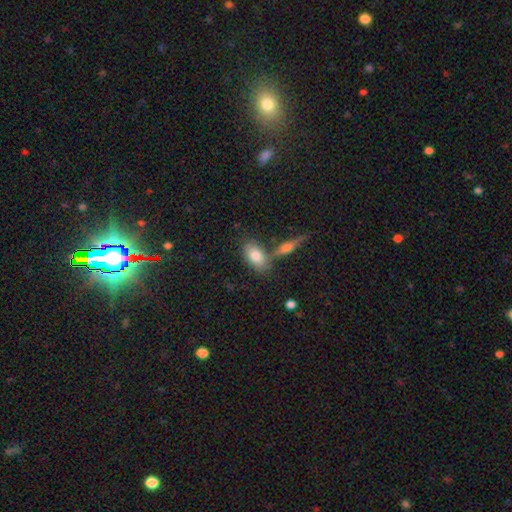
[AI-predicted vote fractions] Overall: smooth (77%). How rounded: in between (89%). Merging: none (60%; merger 22%).